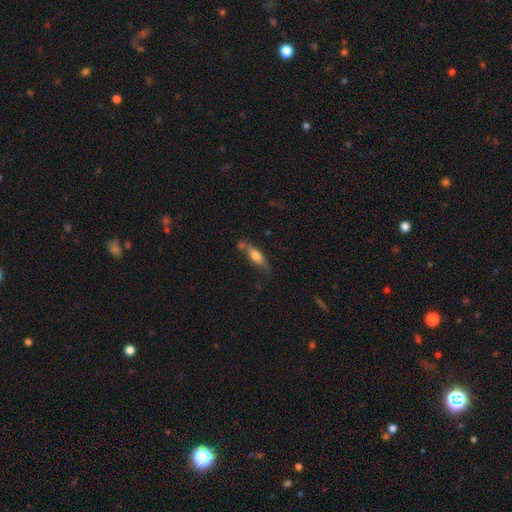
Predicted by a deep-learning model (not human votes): A smooth galaxy with no disk features (56%) that is cigar-shaped (57%).

Vote fractions:
- Smooth or featured? smooth: 56% / featured or disk: 37% / star or artifact: 7%
- How rounded? cigar-shaped: 57% / in between: 40% / round: 3%
- Merging? none: 57% / minor disturbance: 24% / merger: 11% / major disturbance: 7%